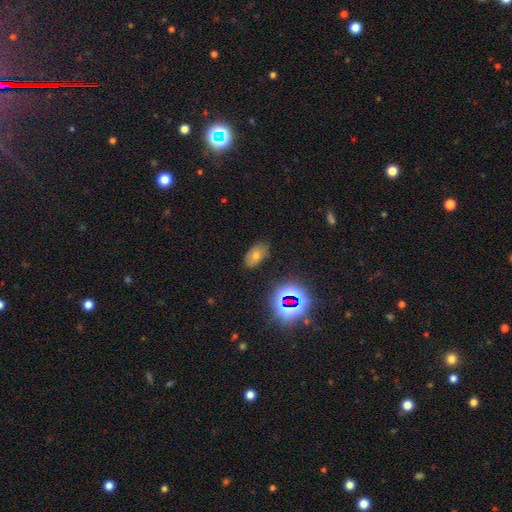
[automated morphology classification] Smooth or featured: smooth — 46% (star or artifact — 36%)
Merging: none — 83% (minor disturbance — 12%)